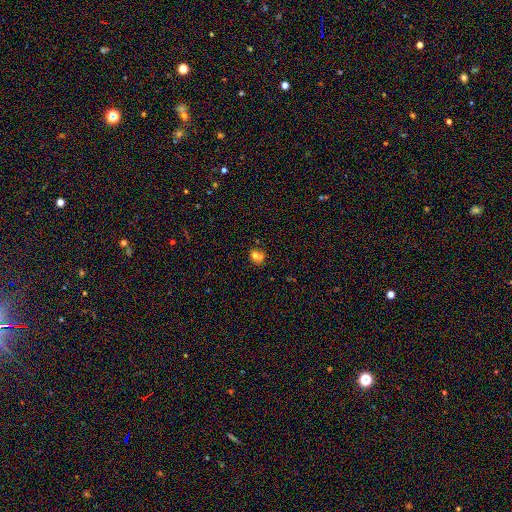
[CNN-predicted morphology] This appears to be a smooth galaxy with no disk features (67%) that is round (69%). Merging: merger (46%).